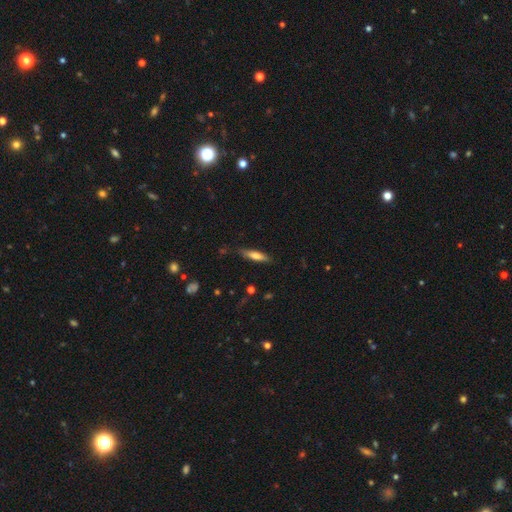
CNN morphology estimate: Q: Smooth or featured?
A: smooth (64%); runner-up: featured or disk (29%)
Q: How rounded?
A: cigar-shaped (77%); runner-up: in between (22%)
Q: Merging?
A: none (81%); runner-up: minor disturbance (14%)